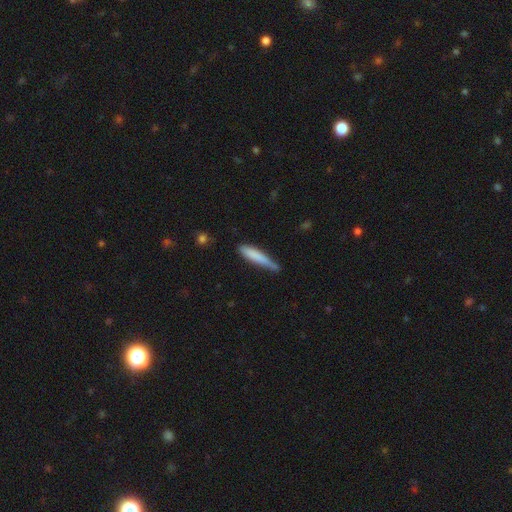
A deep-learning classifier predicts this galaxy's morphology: Smooth or featured? Predicted: smooth (p=0.77). How rounded? Predicted: cigar-shaped (p=0.90). Merging? Predicted: none (p=0.55).